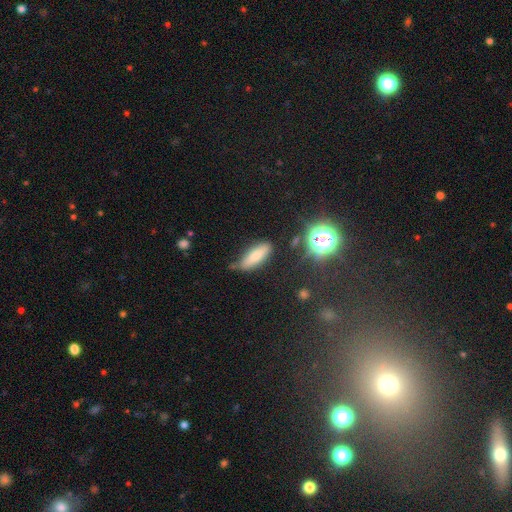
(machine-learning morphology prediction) Smooth or featured? Predicted: smooth (p=0.71). How rounded? Predicted: in between (p=0.52). Merging? Predicted: none (p=0.71).